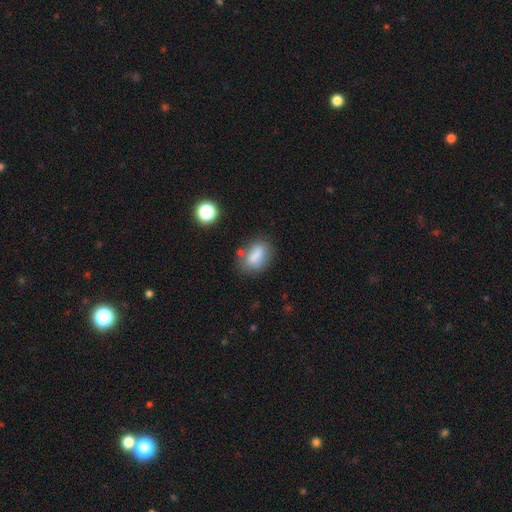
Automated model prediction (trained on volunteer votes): Overall: smooth (80%). How rounded: in between (82%). Merging: none (67%).